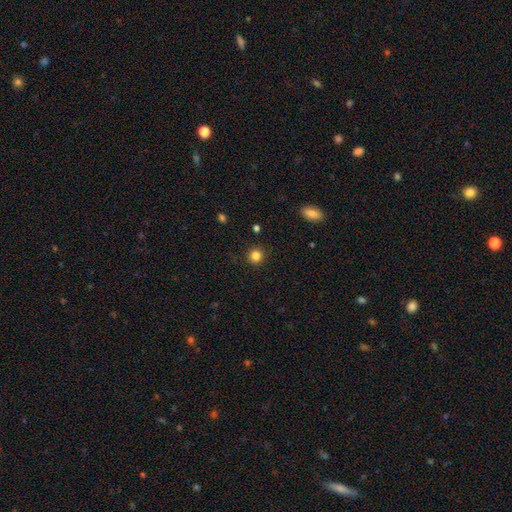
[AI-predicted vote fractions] Smooth or featured? Predicted: smooth (p=0.83). How rounded? Predicted: round (p=0.93). Merging? Predicted: none (p=0.91).